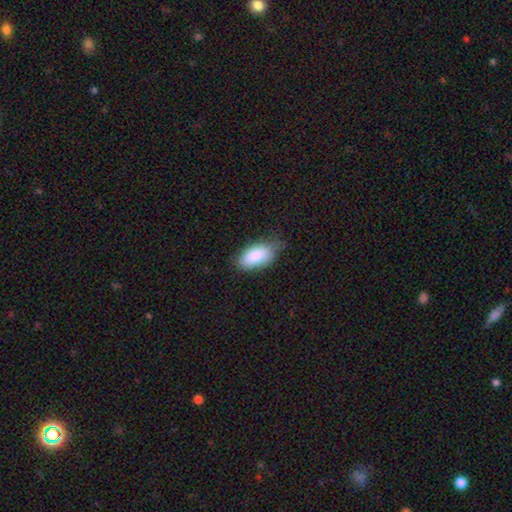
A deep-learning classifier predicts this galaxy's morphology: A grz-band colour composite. It shows a smooth galaxy with no disk features (85%) that is in between round and cigar-shaped (93%). Merging: none (63%).